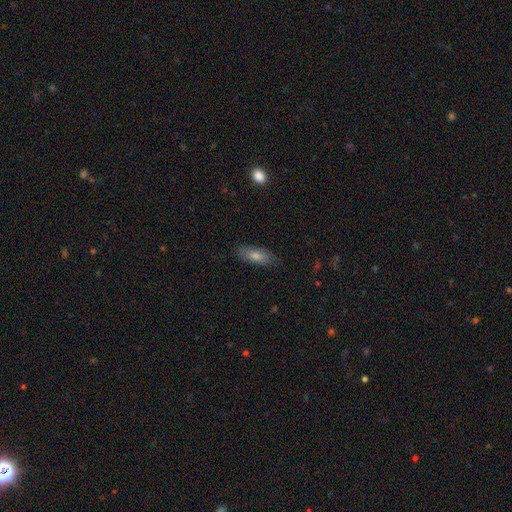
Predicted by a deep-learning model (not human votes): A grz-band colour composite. It shows a smooth galaxy with no disk features (71%) that is in between round and cigar-shaped (61%). Merging: none (85%).